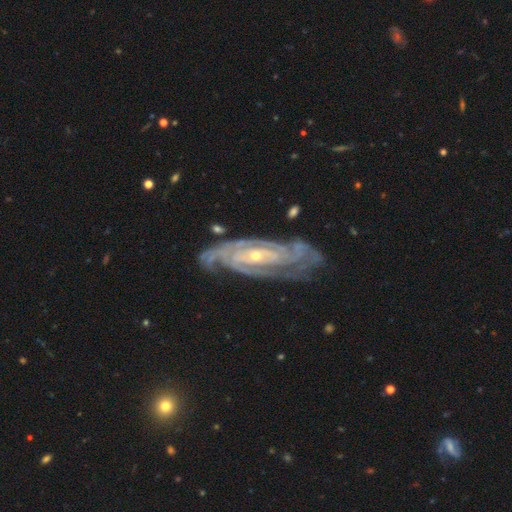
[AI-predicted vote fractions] Overall: featured or disk (91%). Edge-on disk: no (92%). Bar: no (47%; weak 33%). Spiral arms: yes (98%). Spiral arm count: 2 (28%; 3 23%). Spiral winding: tight (72%). Bulge size: small (69%). Merging: none (74%).